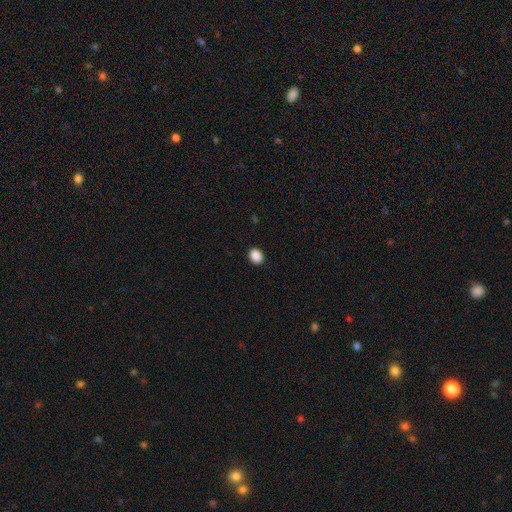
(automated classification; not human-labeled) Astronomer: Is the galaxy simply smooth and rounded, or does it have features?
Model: smooth — 90%.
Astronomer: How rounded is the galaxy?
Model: in between — 63%.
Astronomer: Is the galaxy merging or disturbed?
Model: none — 91%.